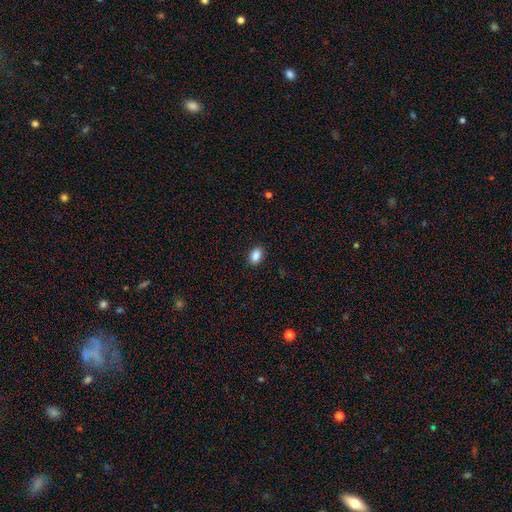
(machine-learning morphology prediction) Smooth or featured? smooth (88%)
How rounded? in between (85%)
Merging? none (89%)